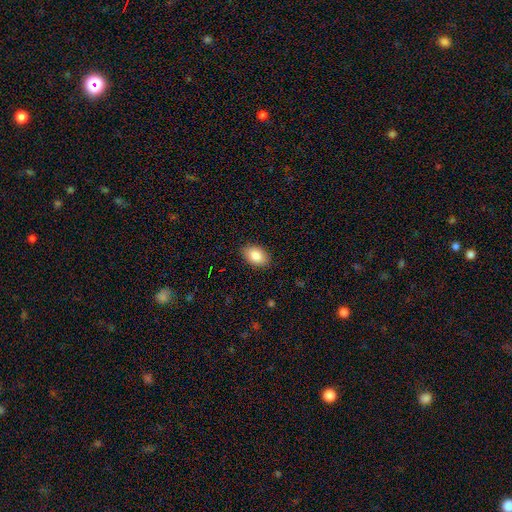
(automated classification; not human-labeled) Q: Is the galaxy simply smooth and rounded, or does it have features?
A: smooth — 87%.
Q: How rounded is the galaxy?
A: in between — 89%.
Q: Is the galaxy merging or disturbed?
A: none — 88%.